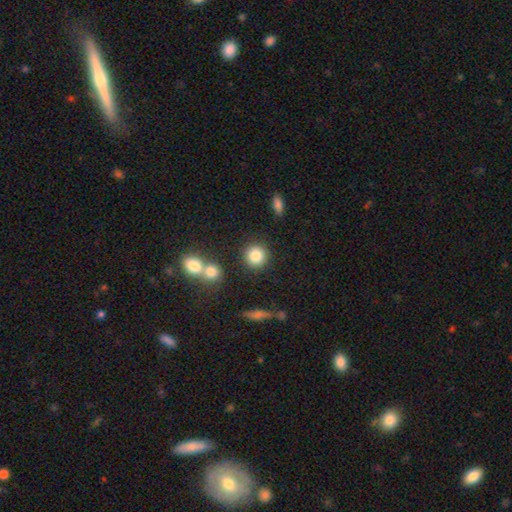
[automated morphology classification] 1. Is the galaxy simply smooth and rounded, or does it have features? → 84% smooth, 10% star or artifact, 6% featured or disk.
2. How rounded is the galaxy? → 88% round, 11% in between, 1% cigar-shaped.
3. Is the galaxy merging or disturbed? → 81% none, 8% minor disturbance, 8% merger, 3% major disturbance.